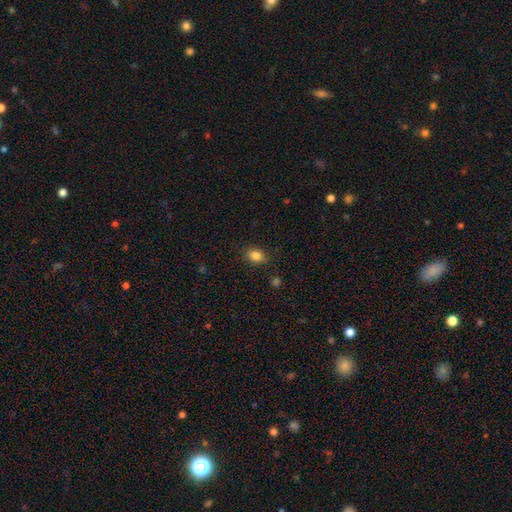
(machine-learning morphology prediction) type=smooth (84%); roundness=in between (65%); merging=none (84%).